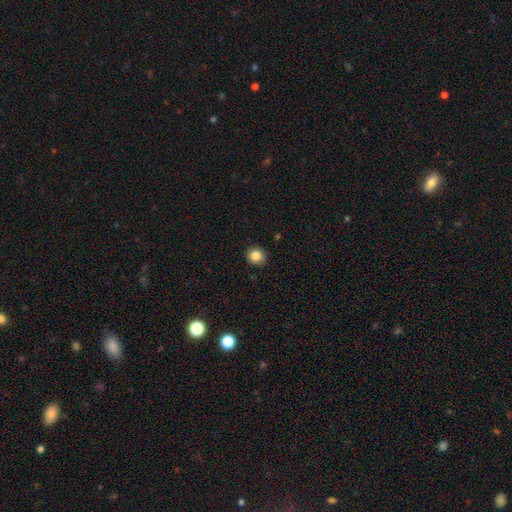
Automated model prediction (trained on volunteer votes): Smooth or featured? smooth (85%)
How rounded? round (87%)
Merging? none (91%)